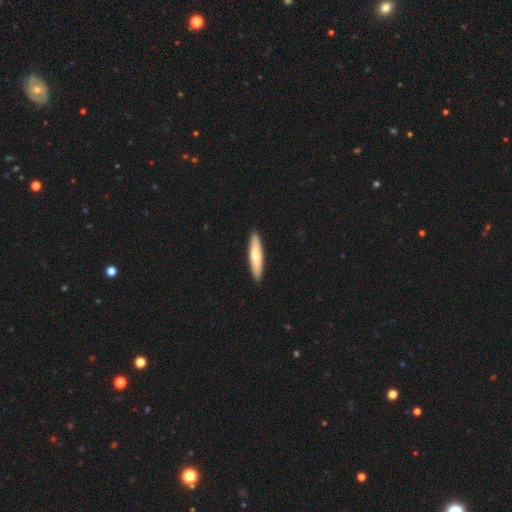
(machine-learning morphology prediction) A smooth galaxy with no disk features (70%) that is cigar-shaped (86%). Merging: none (91%).